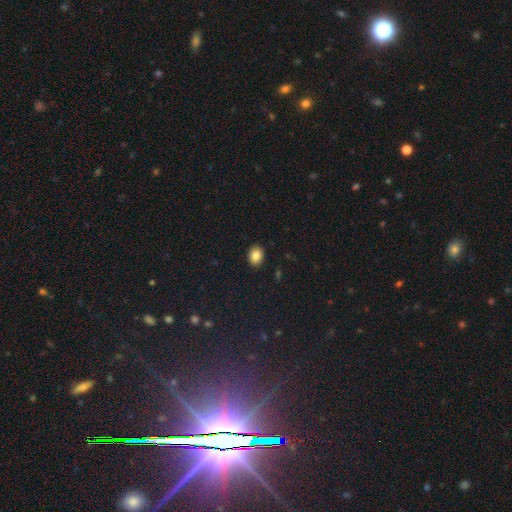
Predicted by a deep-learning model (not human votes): This is clearly a smooth galaxy (85%). How rounded: likely in between (61%). Merging: clearly none (91%).